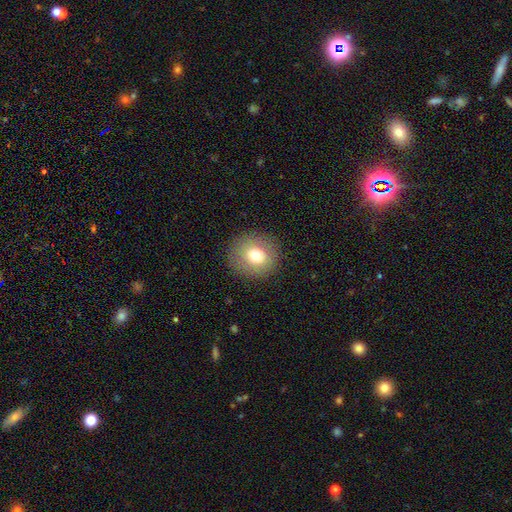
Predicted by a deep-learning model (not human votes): A smooth galaxy with no disk features (74%) that is round (88%). Merging: none (89%).